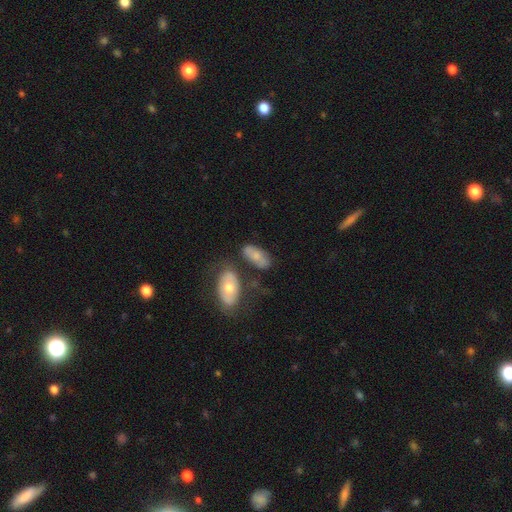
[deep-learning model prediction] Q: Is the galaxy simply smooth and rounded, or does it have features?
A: smooth — 64%.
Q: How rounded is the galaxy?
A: in between — 89%.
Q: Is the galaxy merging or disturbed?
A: none — 57%.